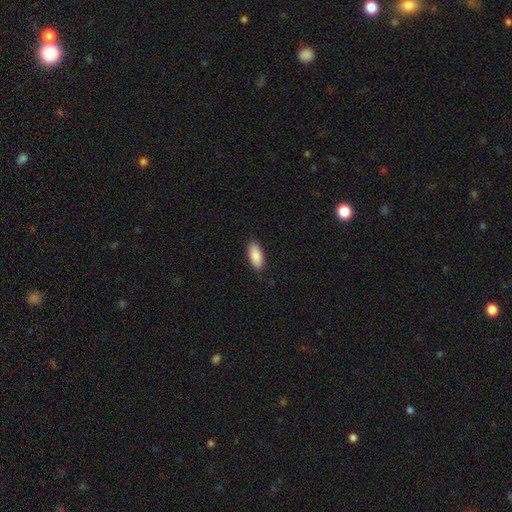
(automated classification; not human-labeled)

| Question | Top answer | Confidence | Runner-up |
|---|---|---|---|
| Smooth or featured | smooth | 88% | featured or disk (6%) |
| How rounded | in between | 85% | cigar-shaped (13%) |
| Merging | none | 88% | minor disturbance (9%) |